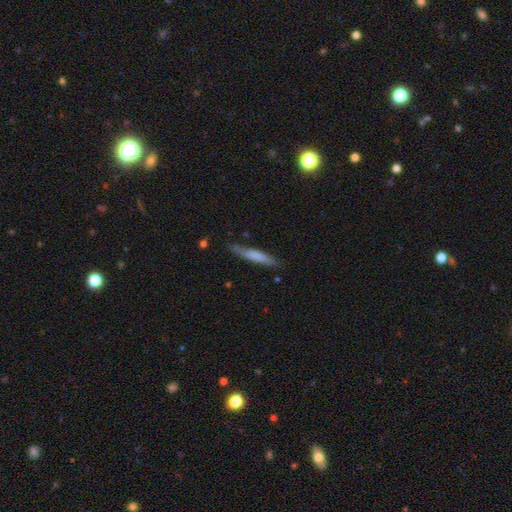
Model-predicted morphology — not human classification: This appears to be a smooth galaxy with no disk features (68%) that is cigar-shaped (93%). Merging: none (79%).